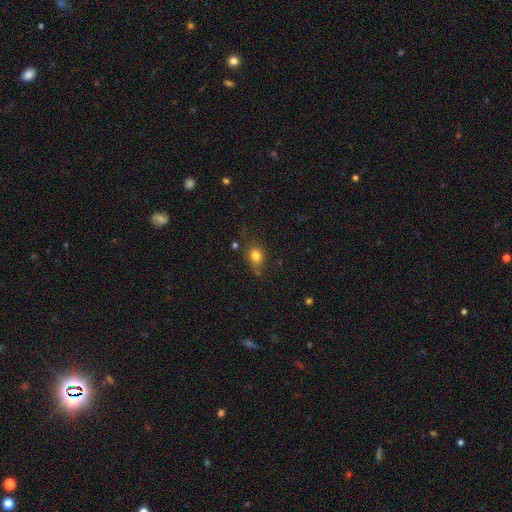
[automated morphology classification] The model was most divided on "how rounded": round: 61%, in between: 37%, cigar-shaped: 2%. More confident: smooth or featured — smooth (80%); merging — none (63%).